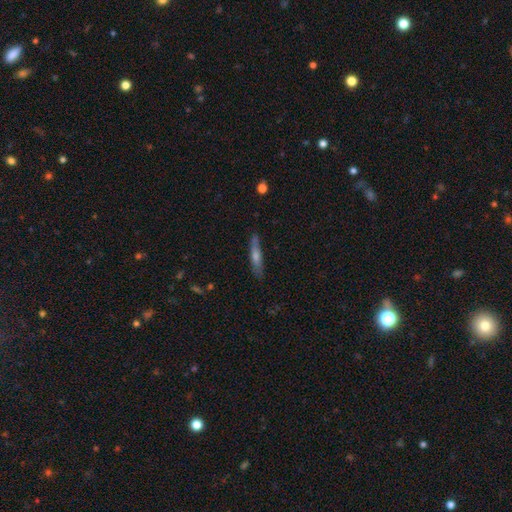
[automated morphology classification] Smooth or featured: featured or disk — 47% (smooth — 45%)
Merging: none — 81% (minor disturbance — 15%)